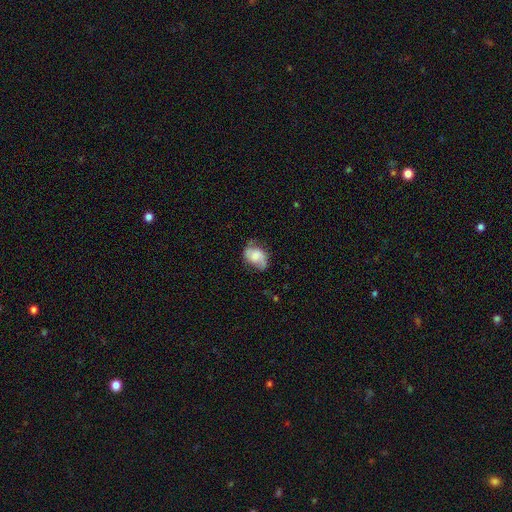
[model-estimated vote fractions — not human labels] Smooth or featured?
  - featured or disk: 59% *
  - smooth: 33%
  - star or artifact: 8%
Edge-on disk?
  - no: 97% *
  - yes: 3%
Bar?
  - no: 56% *
  - weak: 36%
  - strong: 8%
Spiral arms?
  - yes: 89% *
  - no: 11%
Spiral winding?
  - medium: 43% *
  - loose: 36%
  - tight: 21%
Spiral arm count?
  - 2: 82% *
  - can't tell: 8%
  - 1: 6%
  - 3: 1%
  - 4: 1%
  - more than 4: 1%
Bulge size?
  - moderate: 45% *
  - small: 31%
  - large: 13%
  - none: 10%
  - dominant: 2%
Merging?
  - none: 59% *
  - minor disturbance: 28%
  - major disturbance: 11%
  - merger: 2%